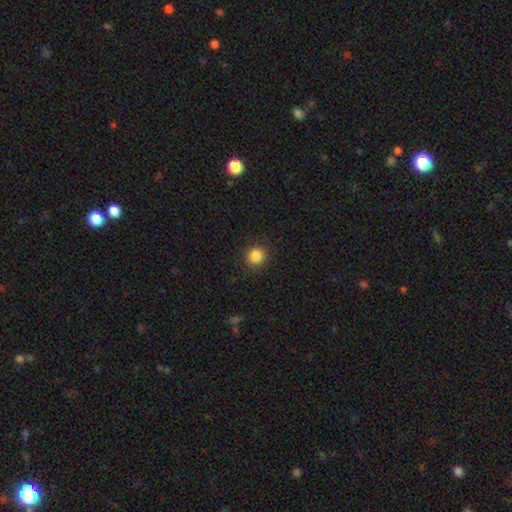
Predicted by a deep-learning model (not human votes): Smooth or featured?
  - smooth: 86% *
  - star or artifact: 10%
  - featured or disk: 4%
How rounded?
  - round: 92% *
  - in between: 7%
  - cigar-shaped: 1%
Merging?
  - none: 90% *
  - minor disturbance: 6%
  - major disturbance: 2%
  - merger: 1%